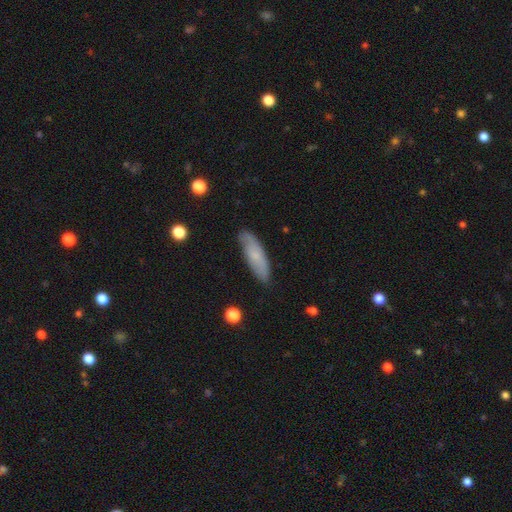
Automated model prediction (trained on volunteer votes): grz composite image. It shows a smooth galaxy with no disk features (67%) that is in between round and cigar-shaped (50%). Merging: none (79%).